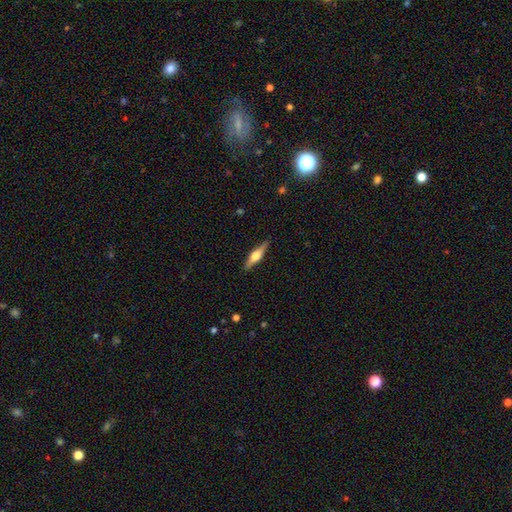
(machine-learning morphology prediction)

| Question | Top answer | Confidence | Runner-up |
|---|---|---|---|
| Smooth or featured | featured or disk | 65% | smooth (30%) |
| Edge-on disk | yes | 97% | no (3%) |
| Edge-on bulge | rounded | 92% | boxy (6%) |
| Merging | none | 90% | minor disturbance (8%) |